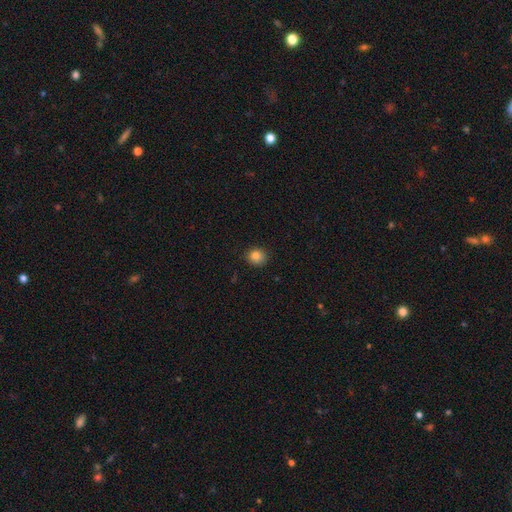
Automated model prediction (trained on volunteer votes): This appears to be a smooth galaxy with no disk features (84%) that is round (82%). Merging: none (87%).